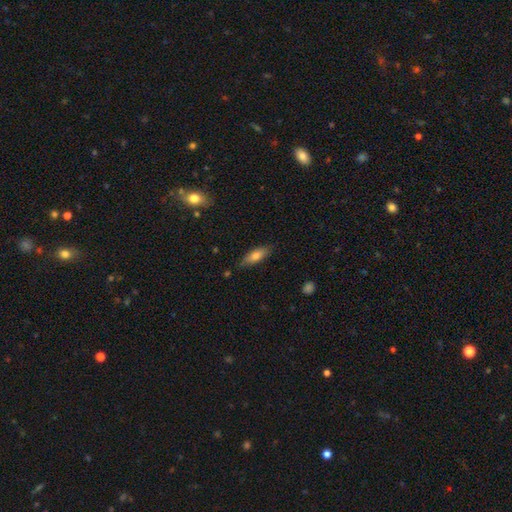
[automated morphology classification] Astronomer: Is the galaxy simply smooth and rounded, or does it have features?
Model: smooth — 75%.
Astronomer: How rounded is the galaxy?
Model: in between — 65%.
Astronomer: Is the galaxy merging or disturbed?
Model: none — 80%.